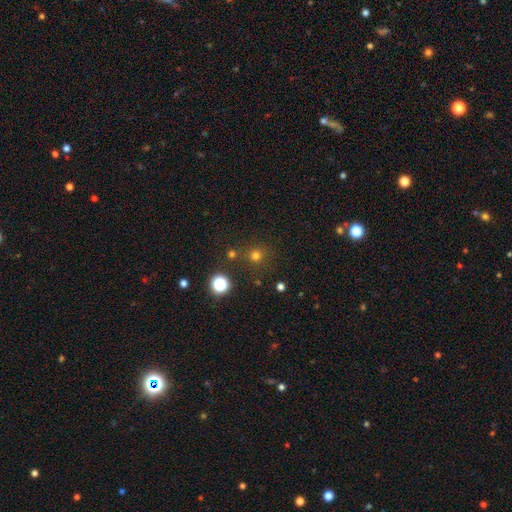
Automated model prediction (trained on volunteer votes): Overall: smooth (70%). How rounded: round (93%). Merging: none (80%).